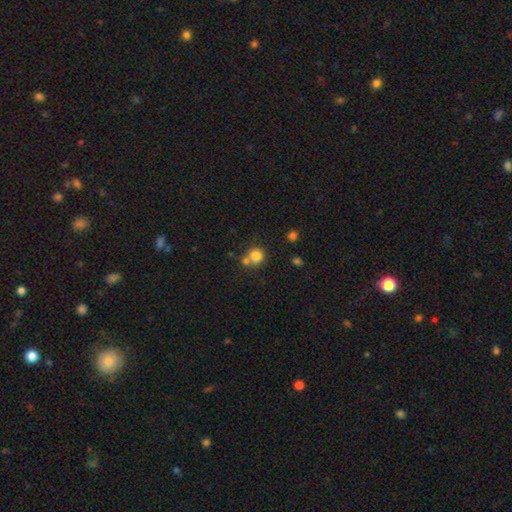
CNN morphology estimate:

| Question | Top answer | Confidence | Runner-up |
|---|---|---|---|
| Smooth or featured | smooth | 77% | star or artifact (12%) |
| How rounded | round | 78% | in between (21%) |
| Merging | none | 43% | merger (42%) |